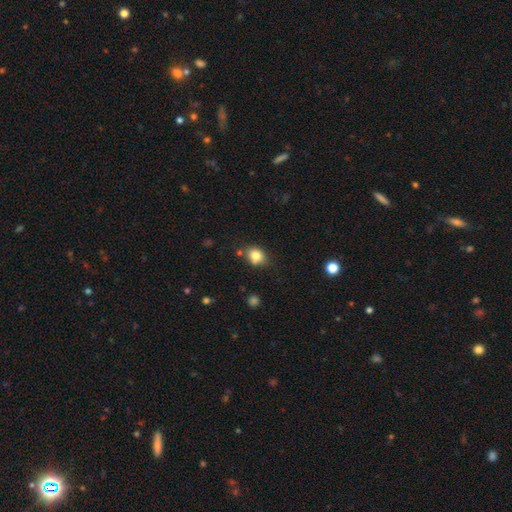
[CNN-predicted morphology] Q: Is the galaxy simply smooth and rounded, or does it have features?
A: smooth — 81%.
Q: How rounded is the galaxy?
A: round — 52%.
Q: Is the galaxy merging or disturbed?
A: none — 73%.